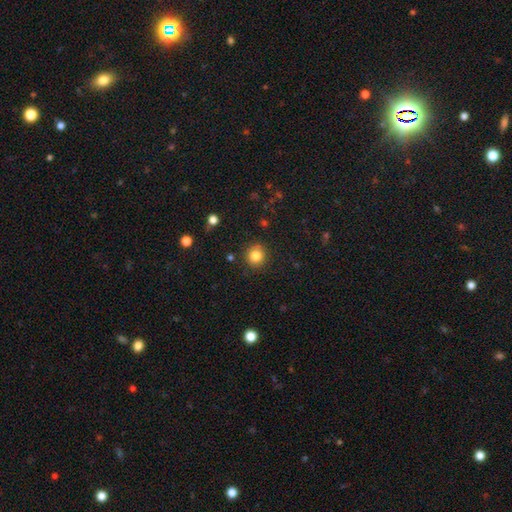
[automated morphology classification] Smooth or featured? Predicted: smooth (p=0.83). How rounded? Predicted: round (p=0.91). Merging? Predicted: none (p=0.89).